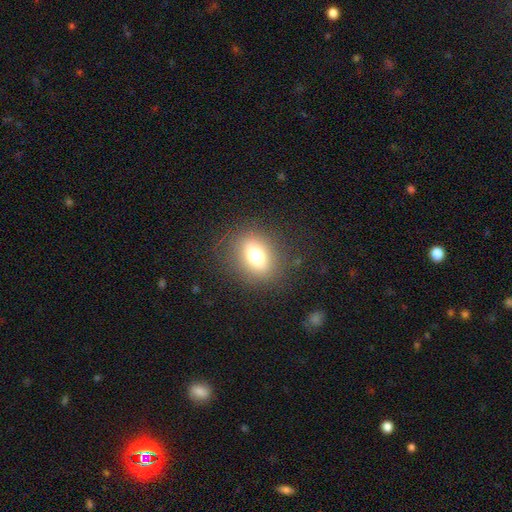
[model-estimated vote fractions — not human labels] This is likely a smooth galaxy (70%). How rounded: possibly in between (55%). Merging: clearly none (84%).